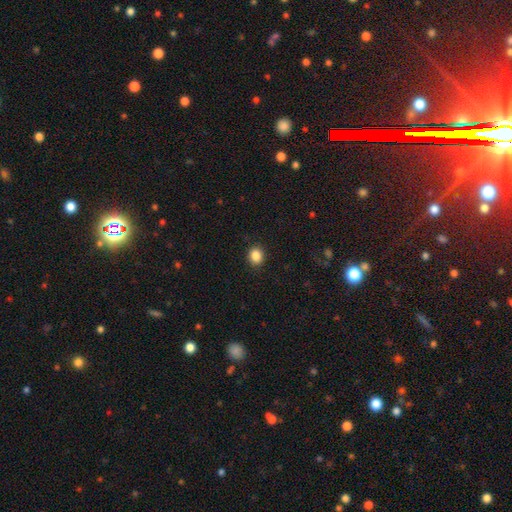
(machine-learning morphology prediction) Smooth or featured?
  - smooth: 86% *
  - star or artifact: 10%
  - featured or disk: 4%
How rounded?
  - round: 69% *
  - in between: 30%
  - cigar-shaped: 1%
Merging?
  - none: 91% *
  - minor disturbance: 6%
  - major disturbance: 2%
  - merger: 1%